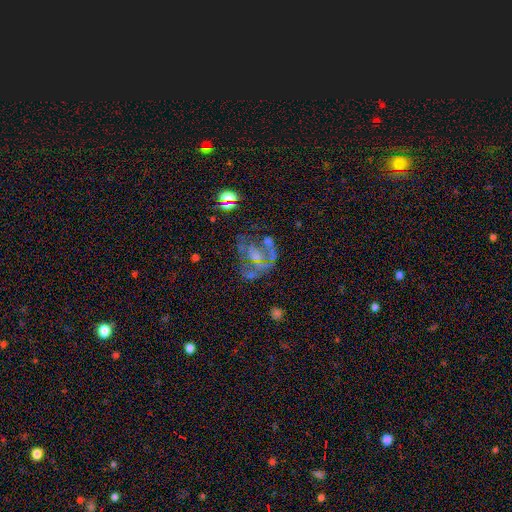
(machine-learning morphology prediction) Smooth or featured?
  - featured or disk: 63% *
  - smooth: 19%
  - star or artifact: 18%
Edge-on disk?
  - no: 98% *
  - yes: 2%
Bar?
  - no: 76% *
  - weak: 18%
  - strong: 6%
Spiral arms?
  - no: 64% *
  - yes: 36%
Bulge size?
  - none: 50% *
  - small: 23%
  - moderate: 21%
  - large: 4%
  - dominant: 2%
Merging?
  - none: 36% *
  - major disturbance: 34%
  - minor disturbance: 18%
  - merger: 13%